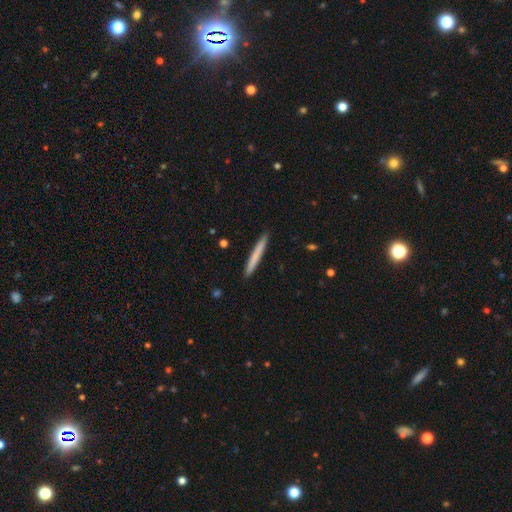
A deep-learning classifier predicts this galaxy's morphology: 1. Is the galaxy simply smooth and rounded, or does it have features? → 73% smooth, 22% featured or disk, 5% star or artifact.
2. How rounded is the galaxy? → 97% cigar-shaped, 2% in between, 1% round.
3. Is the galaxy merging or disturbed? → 92% none, 5% minor disturbance, 1% major disturbance, 1% merger.